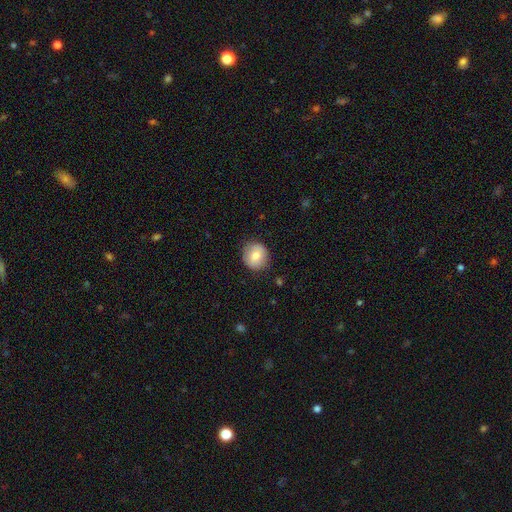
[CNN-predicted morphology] A smooth galaxy with no disk features (77%) that is round (86%). Merging: none (85%).